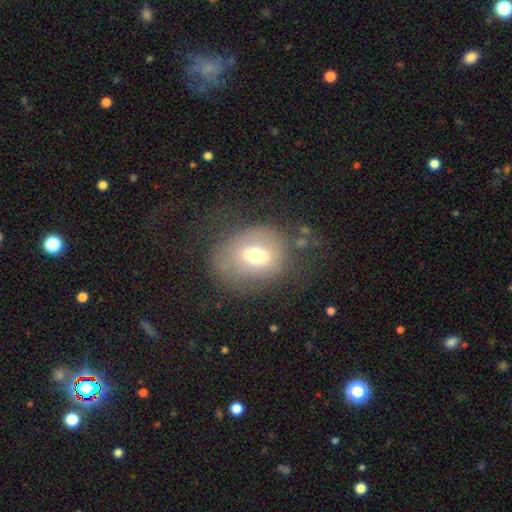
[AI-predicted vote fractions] Overall: smooth (63%; featured or disk 25%). How rounded: round (59%; in between 40%). Merging: none (55%; minor disturbance 23%).